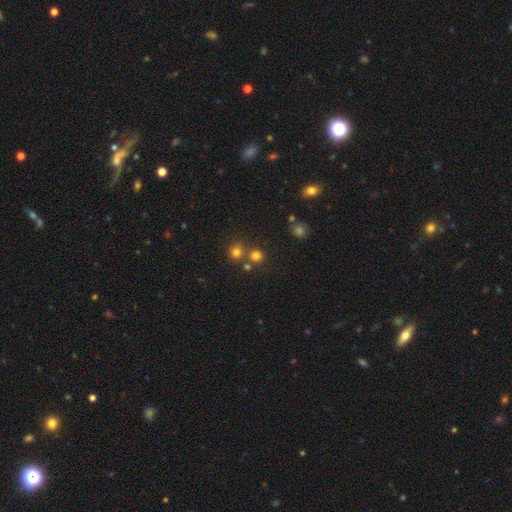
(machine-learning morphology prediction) A smooth galaxy with no disk features (73%) that is round (92%). Merging: none (69%).